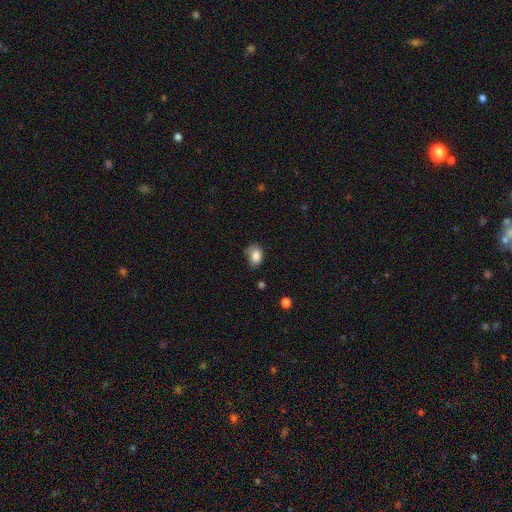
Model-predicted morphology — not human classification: Smooth or featured?
  - smooth: 83% *
  - star or artifact: 8%
  - featured or disk: 8%
How rounded?
  - in between: 76% *
  - round: 23%
  - cigar-shaped: 1%
Merging?
  - none: 51% *
  - minor disturbance: 35%
  - major disturbance: 11%
  - merger: 3%